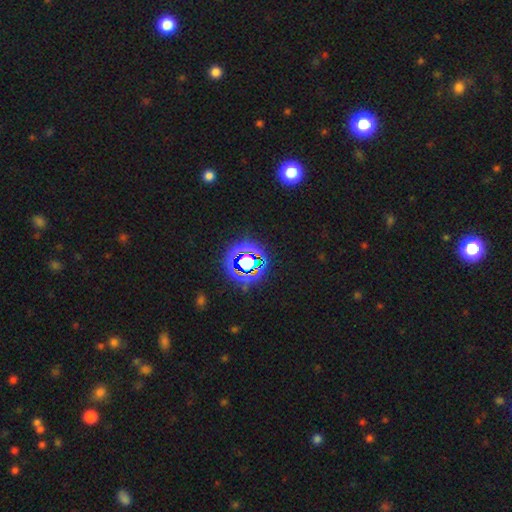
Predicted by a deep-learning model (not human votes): Smooth or featured?
  - star or artifact: 75% *
  - smooth: 16%
  - featured or disk: 9%